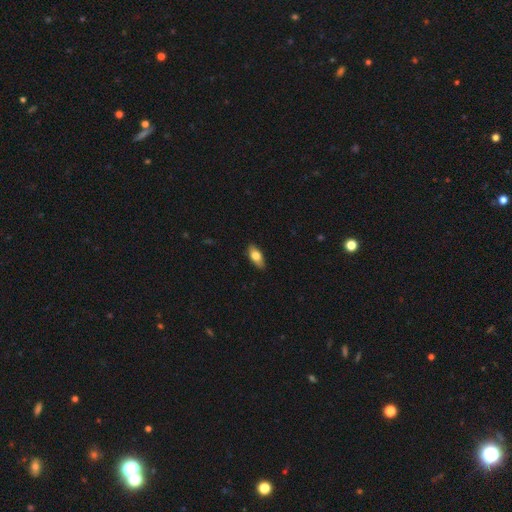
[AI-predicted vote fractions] Smooth or featured: smooth — 76% (featured or disk — 18%)
How rounded: in between — 87% (cigar-shaped — 9%)
Merging: none — 86% (minor disturbance — 11%)